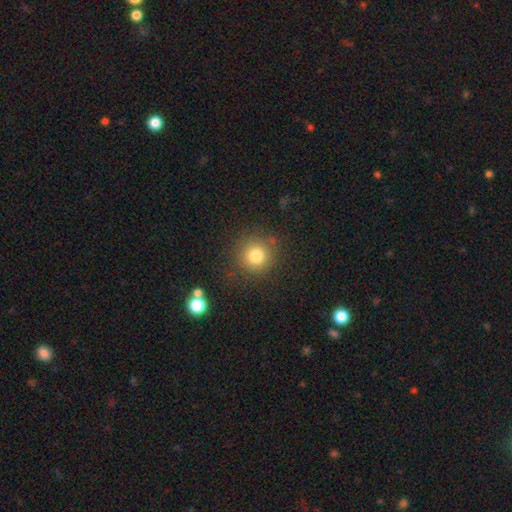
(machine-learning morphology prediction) smooth_or_featured: smooth (p=0.79) [alt: star or artifact p=0.13]
how_rounded: round (p=0.93) [alt: in between p=0.06]
merging: none (p=0.84) [alt: minor disturbance p=0.09]